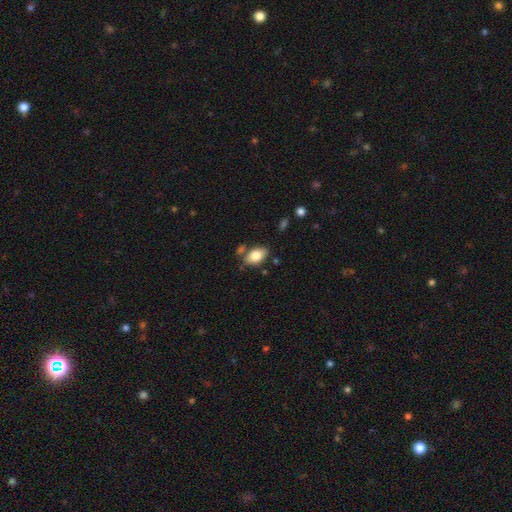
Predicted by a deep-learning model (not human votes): Smooth or featured? smooth (80%)
How rounded? in between (90%)
Merging? none (71%)